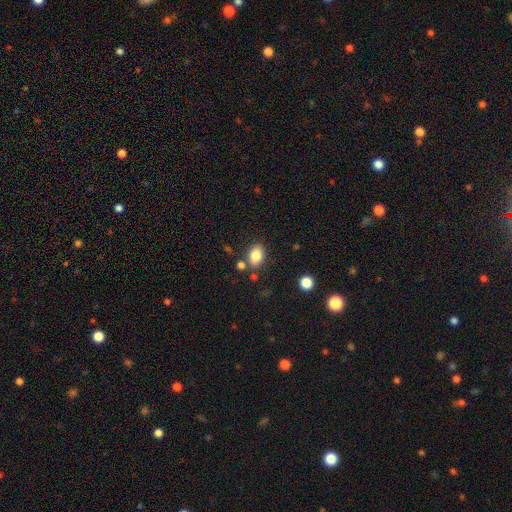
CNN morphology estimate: The model was most divided on "how rounded": in between: 79%, round: 20%, cigar-shaped: 1%. More confident: smooth or featured — smooth (84%); merging — none (76%).